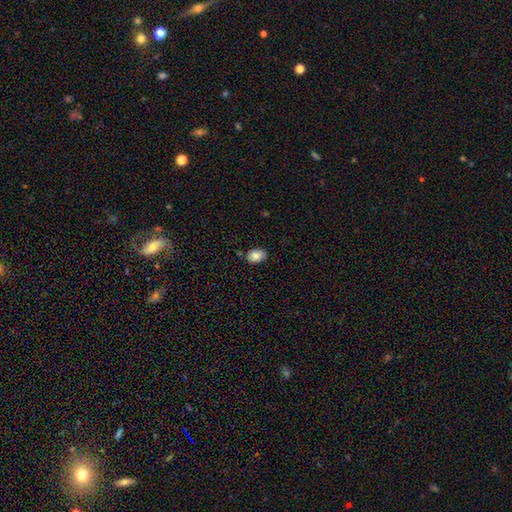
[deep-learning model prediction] A smooth galaxy with no disk features (87%) that is in between round and cigar-shaped (80%). Merging: none (78%).